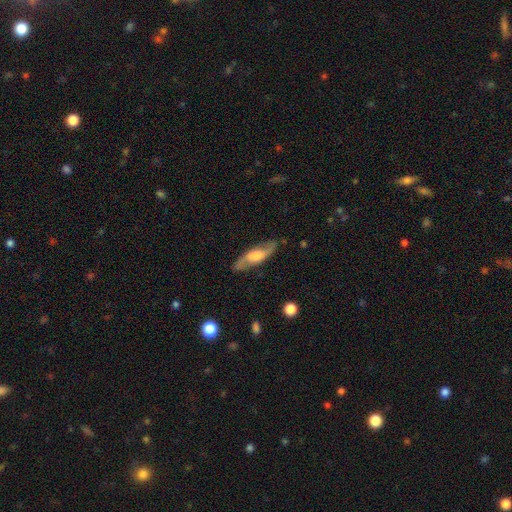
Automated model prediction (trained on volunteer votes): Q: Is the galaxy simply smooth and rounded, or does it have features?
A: featured or disk — 63%.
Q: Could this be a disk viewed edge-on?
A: no — 67%.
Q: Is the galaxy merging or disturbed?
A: none — 82%.